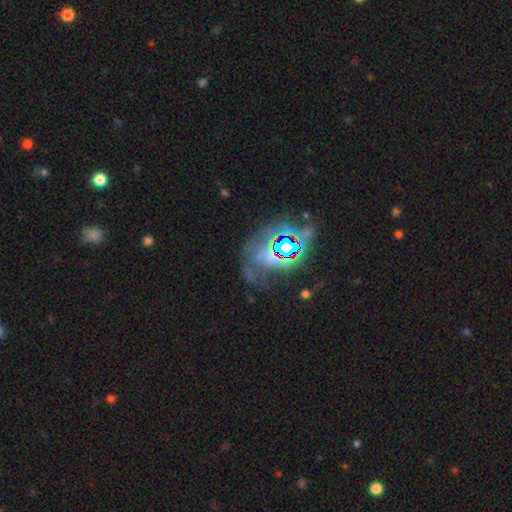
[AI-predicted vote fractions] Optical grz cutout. It shows a featured or disk galaxy (48%). Merging: none (56%).